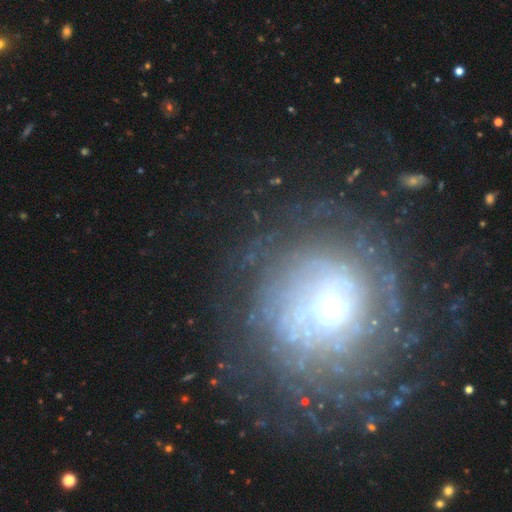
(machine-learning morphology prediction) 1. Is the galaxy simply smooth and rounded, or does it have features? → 72% featured or disk, 15% smooth, 13% star or artifact.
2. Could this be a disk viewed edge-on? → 96% no, 4% yes.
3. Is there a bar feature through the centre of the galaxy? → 65% no, 26% weak, 9% strong.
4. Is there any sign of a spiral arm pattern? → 82% yes, 18% no.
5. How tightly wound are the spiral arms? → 75% tight, 17% medium, 8% loose.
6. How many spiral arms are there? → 53% can't tell, 15% more than 4, 9% 2, 9% 4, 8% 3, 7% 1.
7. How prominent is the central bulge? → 49% small, 37% moderate, 10% large, 2% dominant, 2% none.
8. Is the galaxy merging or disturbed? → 76% none, 12% minor disturbance, 10% major disturbance, 2% merger.